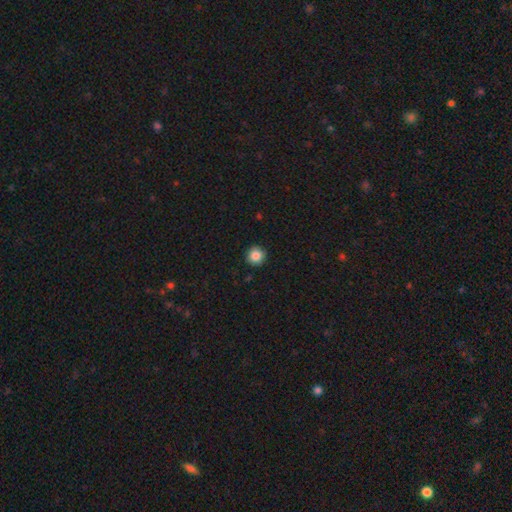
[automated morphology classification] Smooth or featured? smooth (86%)
How rounded? round (95%)
Merging? none (93%)